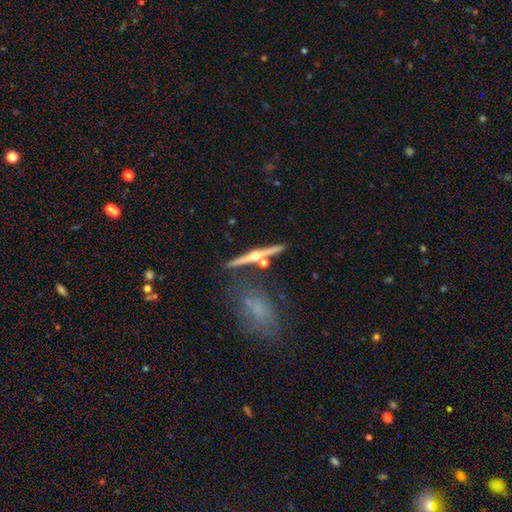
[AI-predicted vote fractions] Smooth or featured: featured or disk — 73% (smooth — 20%)
Edge-on disk: yes — 95% (no — 5%)
Edge-on bulge: rounded — 92% (none — 5%)
Merging: none — 76% (merger — 11%)